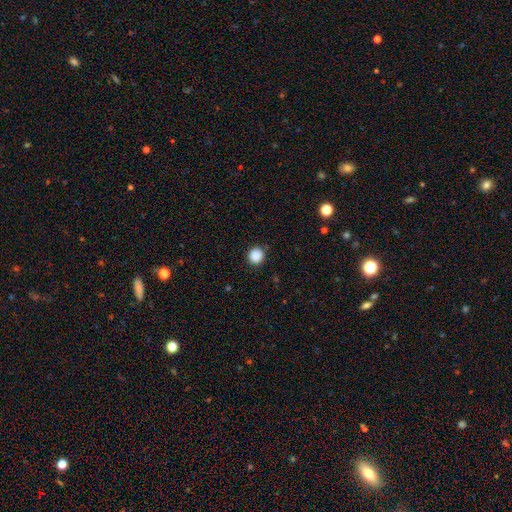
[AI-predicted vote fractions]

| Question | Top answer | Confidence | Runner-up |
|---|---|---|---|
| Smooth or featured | smooth | 88% | star or artifact (10%) |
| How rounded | round | 92% | in between (7%) |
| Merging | none | 90% | minor disturbance (7%) |